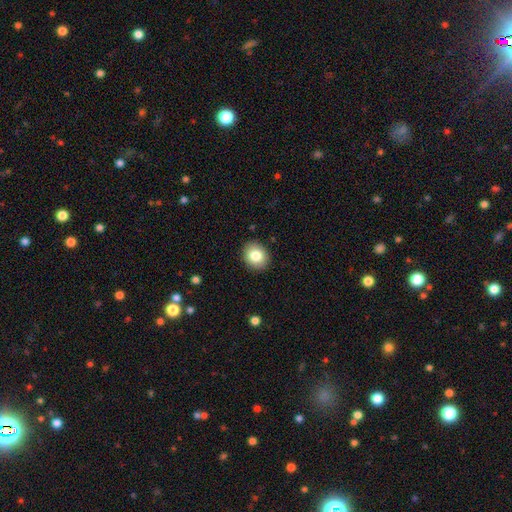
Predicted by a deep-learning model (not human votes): A smooth galaxy with no disk features (82%) that is round (59%). Merging: none (90%).